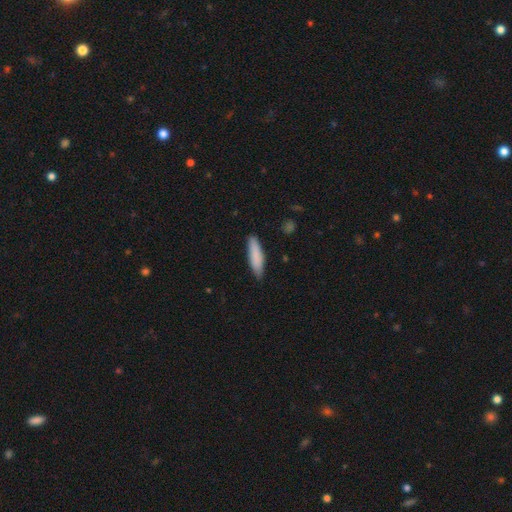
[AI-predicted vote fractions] Smooth or featured: smooth — 86% (featured or disk — 9%)
How rounded: cigar-shaped — 70% (in between — 29%)
Merging: none — 83% (minor disturbance — 13%)